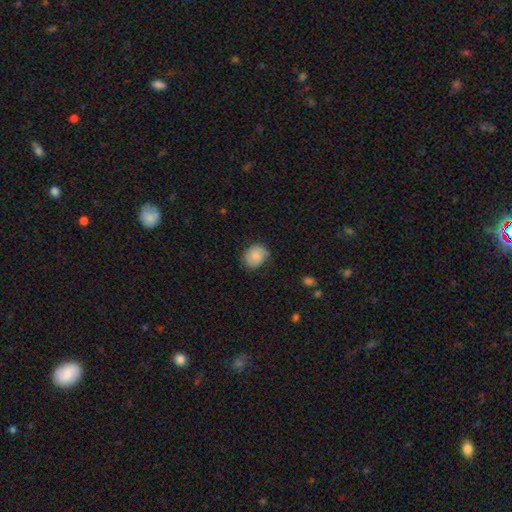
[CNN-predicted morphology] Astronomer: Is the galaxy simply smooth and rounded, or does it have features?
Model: smooth — 76%.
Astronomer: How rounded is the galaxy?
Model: round — 58% (runner-up: in between, 42%).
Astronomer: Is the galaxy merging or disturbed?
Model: none — 66%.